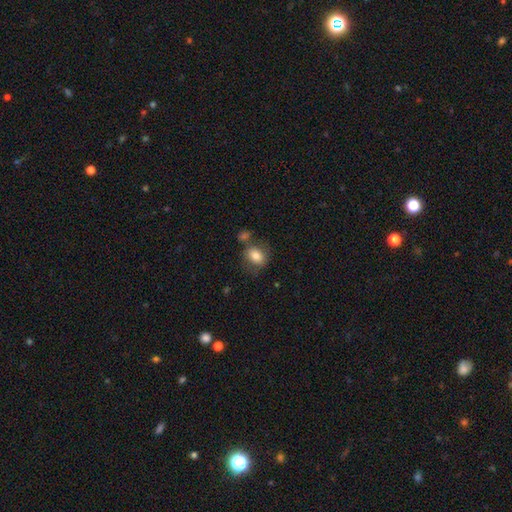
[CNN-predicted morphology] smooth 79%, featured or disk 13%, star or artifact 8%. Down the decision tree: how rounded — in between (63%); merging — none (57%).